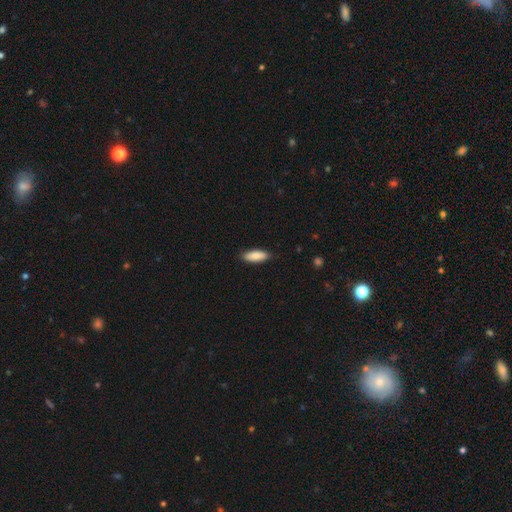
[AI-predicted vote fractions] Q: Smooth or featured?
A: smooth (86%); runner-up: featured or disk (8%)
Q: How rounded?
A: in between (73%); runner-up: cigar-shaped (25%)
Q: Merging?
A: none (85%); runner-up: minor disturbance (12%)